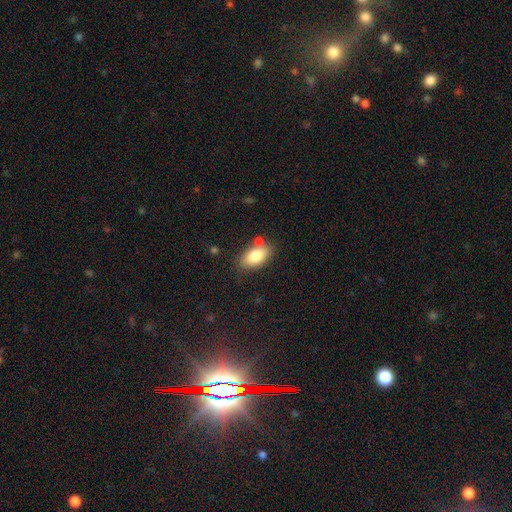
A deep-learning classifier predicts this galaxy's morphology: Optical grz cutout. It shows a smooth galaxy with no disk features (82%) that is in between round and cigar-shaped (91%). Merging: none (72%).